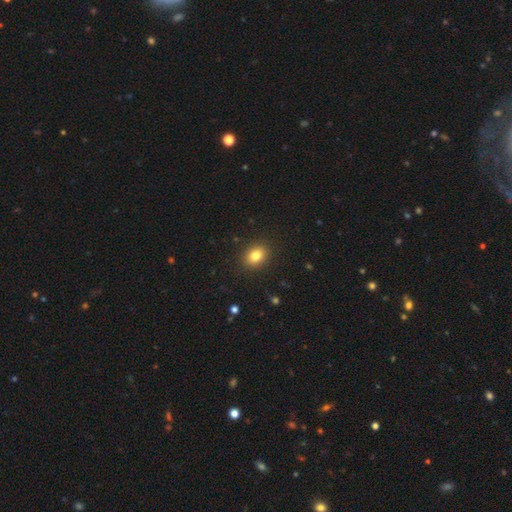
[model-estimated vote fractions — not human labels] Smooth or featured? Predicted: smooth (p=0.82). How rounded? Predicted: in between (p=0.65). Merging? Predicted: none (p=0.89).